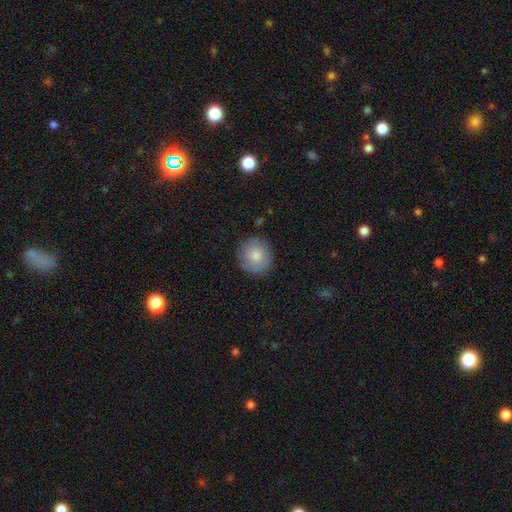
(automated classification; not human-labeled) This appears to be a smooth galaxy with no disk features (82%) that is round (91%). Merging: none (86%).